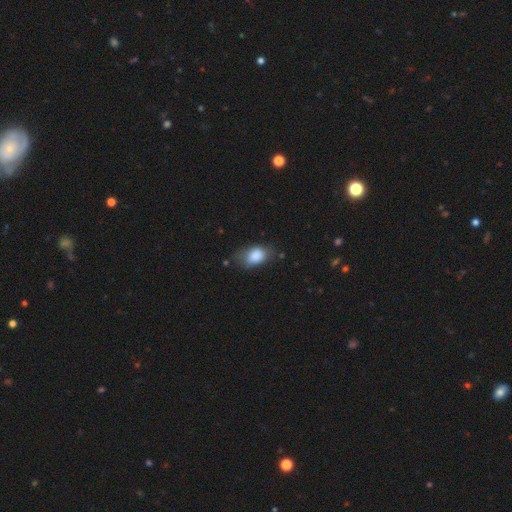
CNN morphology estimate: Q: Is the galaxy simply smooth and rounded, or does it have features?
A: smooth — 83%.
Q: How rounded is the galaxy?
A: in between — 85%.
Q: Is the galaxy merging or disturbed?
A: none — 58%.